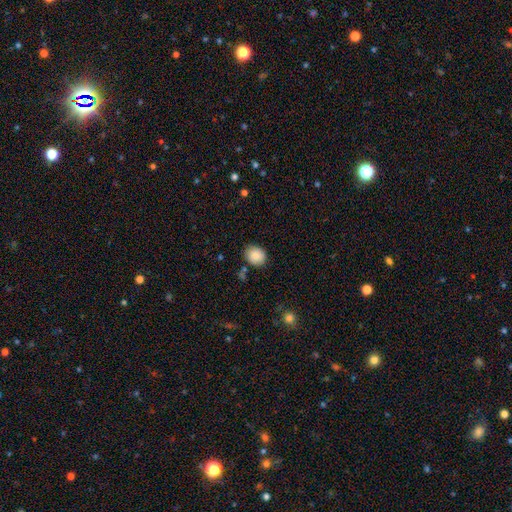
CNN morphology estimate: The model was most divided on "how rounded": round: 65%, in between: 34%, cigar-shaped: 1%. More confident: smooth or featured — smooth (88%); merging — none (81%).